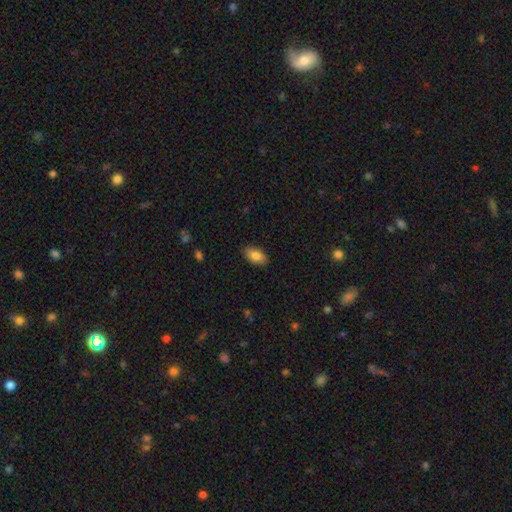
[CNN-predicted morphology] Q: Smooth or featured?
A: smooth (85%); runner-up: featured or disk (8%)
Q: How rounded?
A: in between (93%); runner-up: round (4%)
Q: Merging?
A: none (87%); runner-up: minor disturbance (10%)